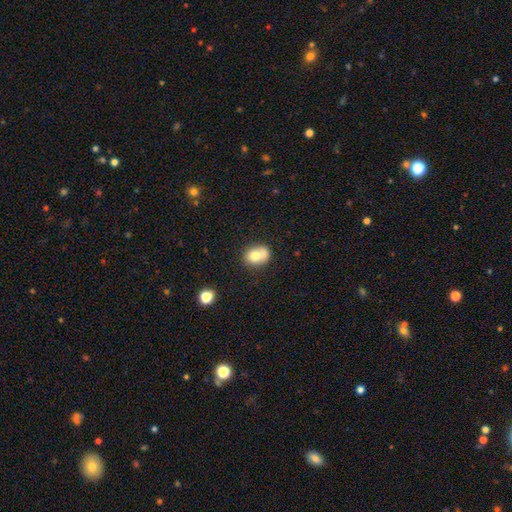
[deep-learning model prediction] smooth_or_featured: smooth (p=0.73) [alt: featured or disk p=0.17]
how_rounded: round (p=0.53) [alt: in between p=0.46]
merging: none (p=0.44) [alt: merger p=0.31]